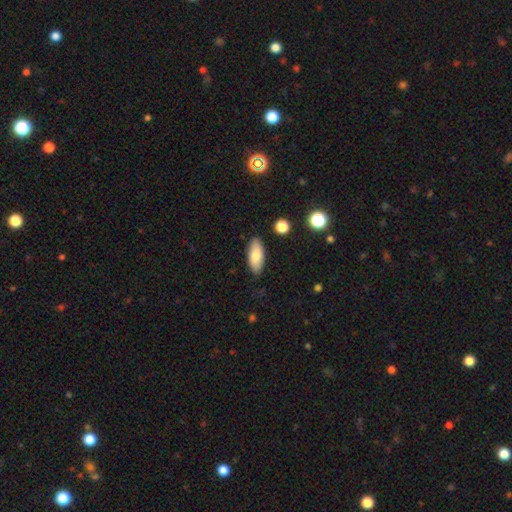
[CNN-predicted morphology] This appears to be a smooth galaxy with no disk features (79%) that is in between round and cigar-shaped (85%). Merging: none (86%).